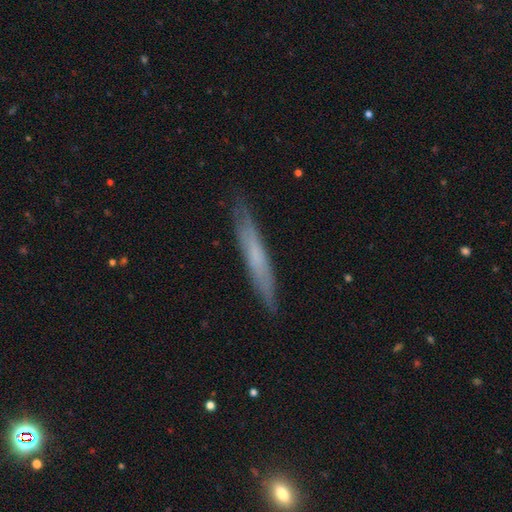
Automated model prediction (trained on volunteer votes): Smooth or featured: smooth — 50% (featured or disk — 43%)
How rounded: cigar-shaped — 95% (in between — 4%)
Merging: none — 87% (minor disturbance — 10%)